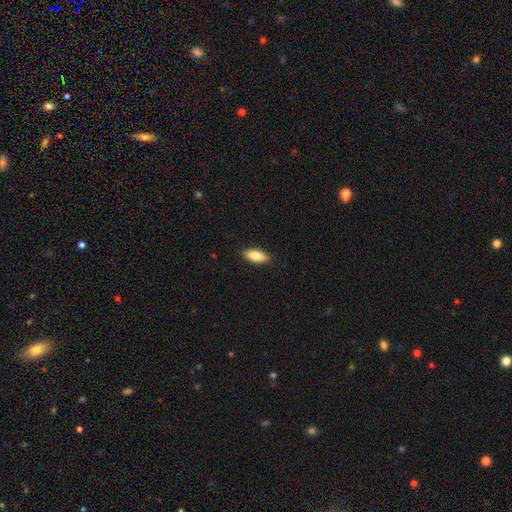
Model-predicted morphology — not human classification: Q: Smooth or featured?
A: smooth (82%); runner-up: featured or disk (12%)
Q: How rounded?
A: in between (78%); runner-up: cigar-shaped (20%)
Q: Merging?
A: none (89%); runner-up: minor disturbance (9%)